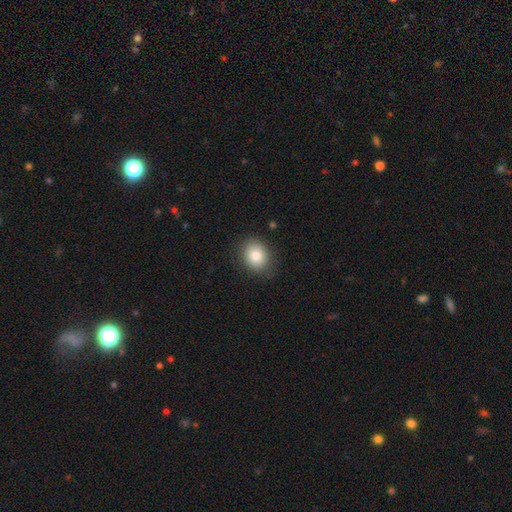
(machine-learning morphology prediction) Smooth or featured: smooth — 82% (featured or disk — 9%)
How rounded: round — 58% (in between — 41%)
Merging: none — 84% (minor disturbance — 12%)